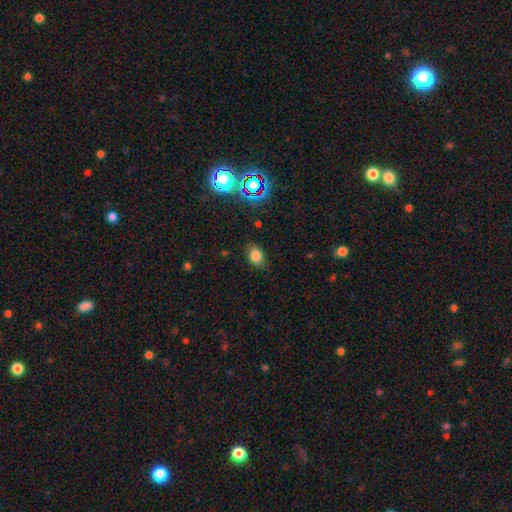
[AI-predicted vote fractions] Morphology: type=smooth (78%); roundness=in between (69%); merging=none (79%).